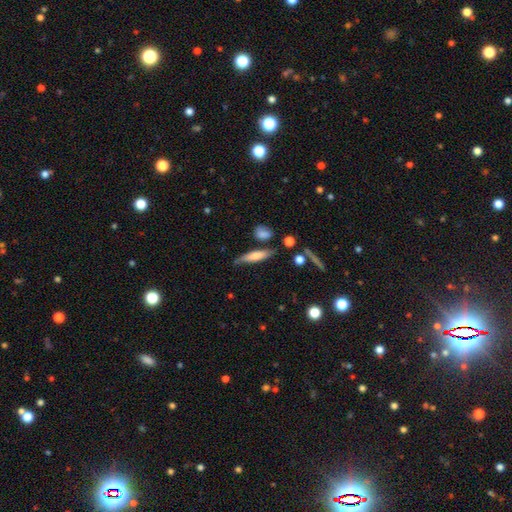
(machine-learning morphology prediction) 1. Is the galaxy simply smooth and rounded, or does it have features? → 64% smooth, 29% featured or disk, 7% star or artifact.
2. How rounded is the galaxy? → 76% cigar-shaped, 22% in between, 3% round.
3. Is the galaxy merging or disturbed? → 66% none, 22% minor disturbance, 7% merger, 5% major disturbance.